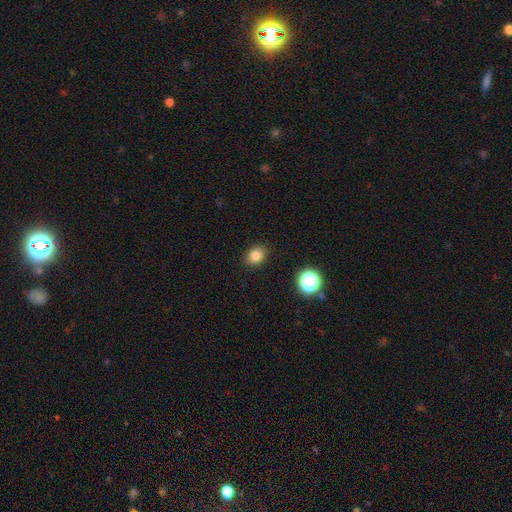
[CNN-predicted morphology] Smooth or featured? smooth (82%)
How rounded? round (53%)
Merging? none (89%)